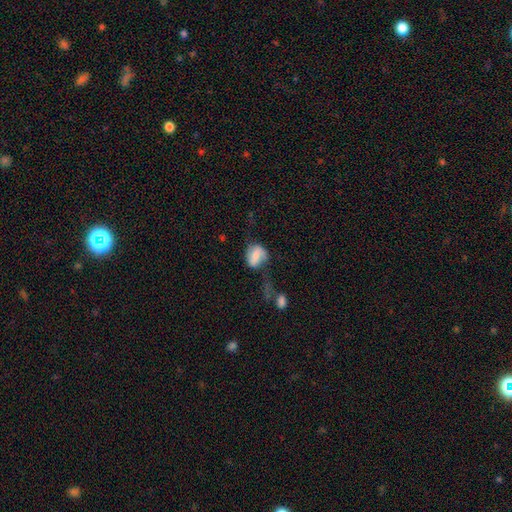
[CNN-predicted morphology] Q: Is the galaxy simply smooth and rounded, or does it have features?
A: smooth — 56%.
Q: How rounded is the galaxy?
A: in between — 53%.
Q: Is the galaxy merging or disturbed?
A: none — 38%.